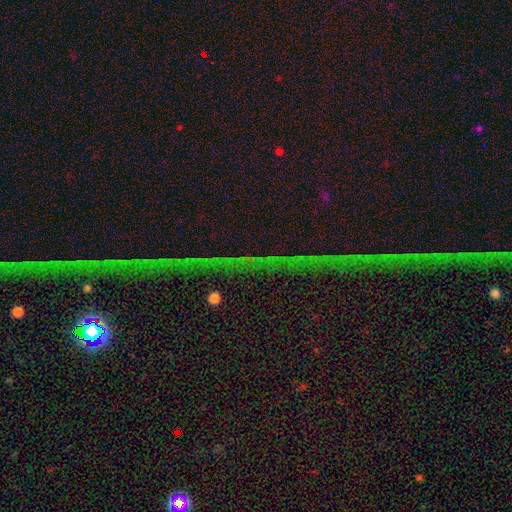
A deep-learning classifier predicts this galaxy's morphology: smooth-or-featured: star or artifact: 78% | featured or disk: 12% | smooth: 10%